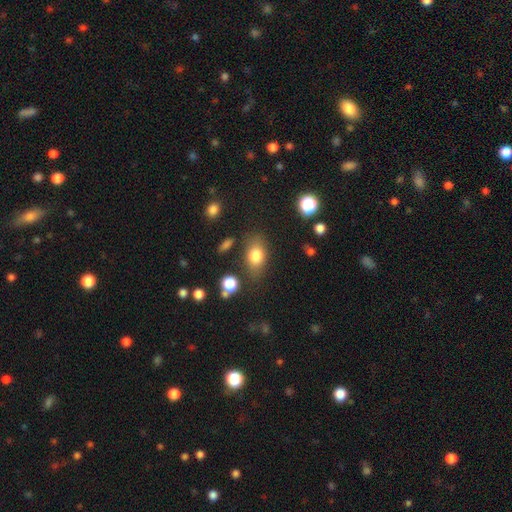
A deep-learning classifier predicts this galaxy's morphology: smooth 78%, featured or disk 12%, star or artifact 10%. Down the decision tree: how rounded — in between (78%); merging — none (74%).